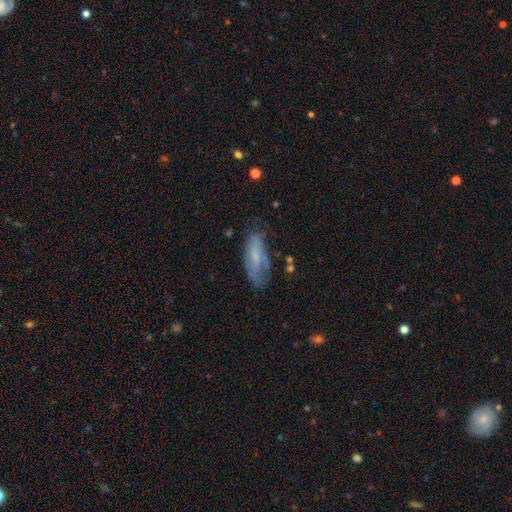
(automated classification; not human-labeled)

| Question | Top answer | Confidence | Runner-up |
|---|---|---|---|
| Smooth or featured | smooth | 50% | featured or disk (41%) |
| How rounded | in between | 68% | cigar-shaped (30%) |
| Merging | none | 54% | minor disturbance (29%) |